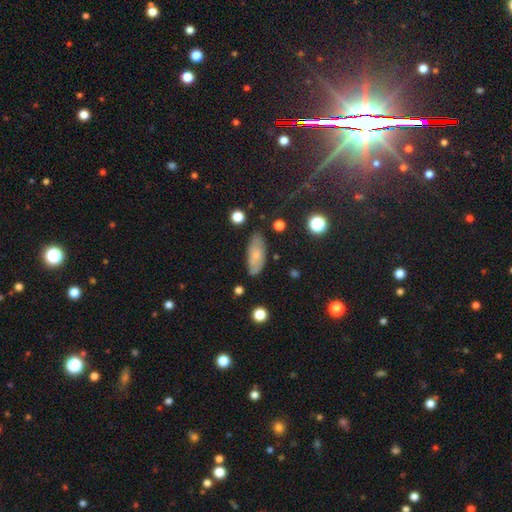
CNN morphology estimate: smooth 63%, featured or disk 28%, star or artifact 8%. Down the decision tree: how rounded — in between (82%); merging — none (77%).